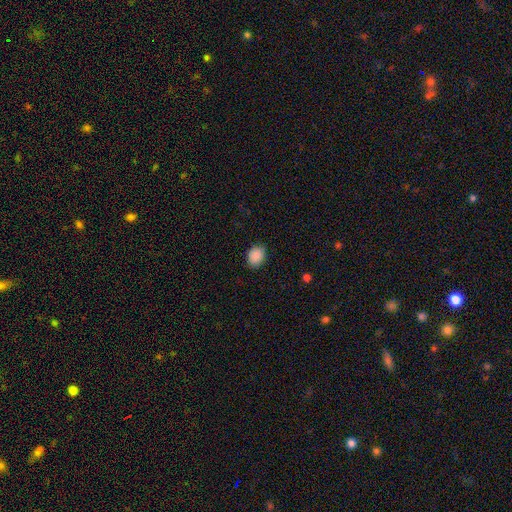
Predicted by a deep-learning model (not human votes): A smooth galaxy with no disk features (89%) that is in between round and cigar-shaped (58%). Merging: none (84%).